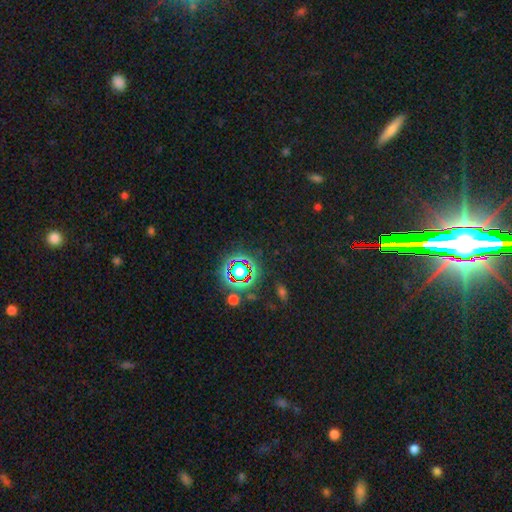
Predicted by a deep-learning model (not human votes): A star or artifact, not a galaxy (76%).

Vote fractions:
- Smooth or featured? star or artifact: 76% / smooth: 13% / featured or disk: 11%